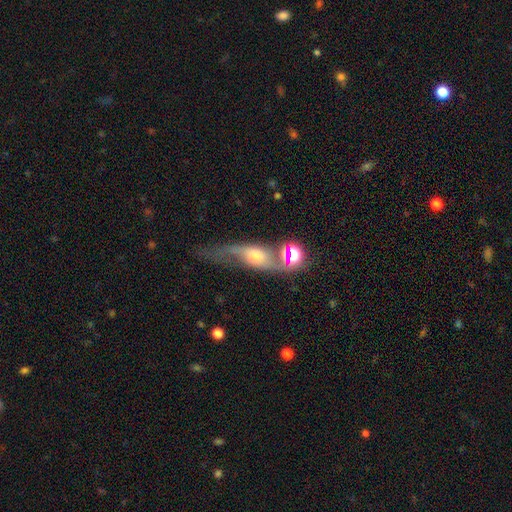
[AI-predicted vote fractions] featured or disk 66%, smooth 22%, star or artifact 12%. Down the decision tree: edge-on disk — no (74%); merging — none (41%).